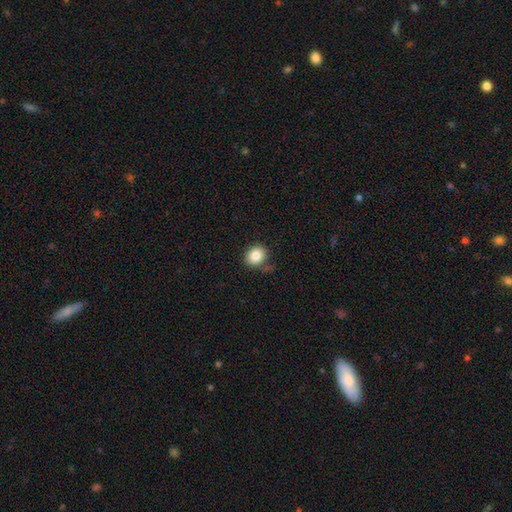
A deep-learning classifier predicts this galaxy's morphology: This appears to be a smooth galaxy with no disk features (84%) that is round (70%). Merging: none (76%).